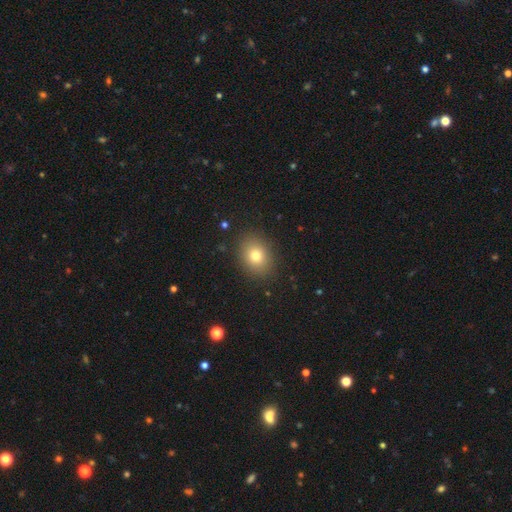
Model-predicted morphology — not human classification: Q: Smooth or featured?
A: smooth (78%); runner-up: star or artifact (12%)
Q: How rounded?
A: in between (51%); runner-up: round (48%)
Q: Merging?
A: none (88%); runner-up: minor disturbance (8%)